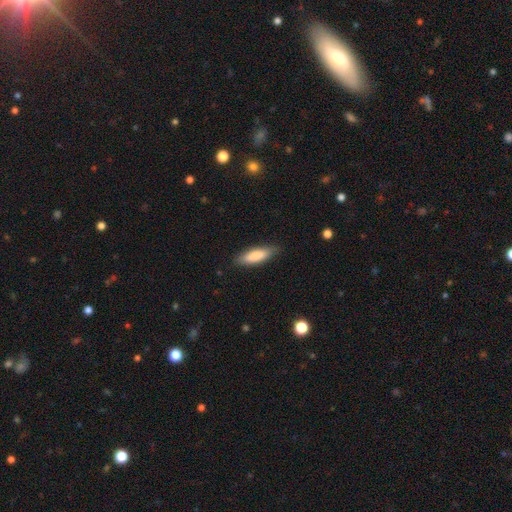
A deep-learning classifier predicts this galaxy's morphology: This is clearly a smooth galaxy (83%). How rounded: possibly in between (51%). Merging: clearly none (85%).